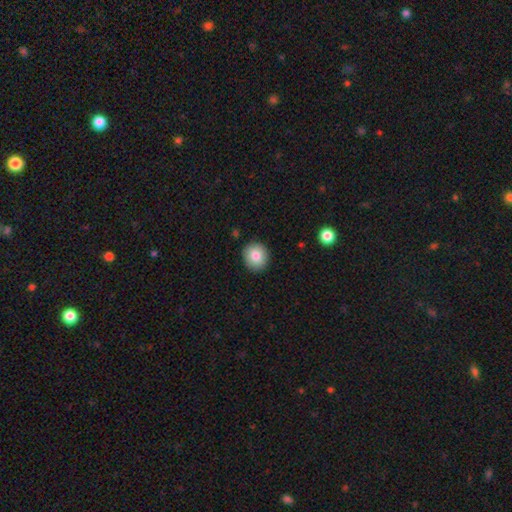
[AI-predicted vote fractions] Q: Smooth or featured?
A: smooth (82%); runner-up: featured or disk (9%)
Q: How rounded?
A: round (88%); runner-up: in between (11%)
Q: Merging?
A: none (91%); runner-up: minor disturbance (6%)